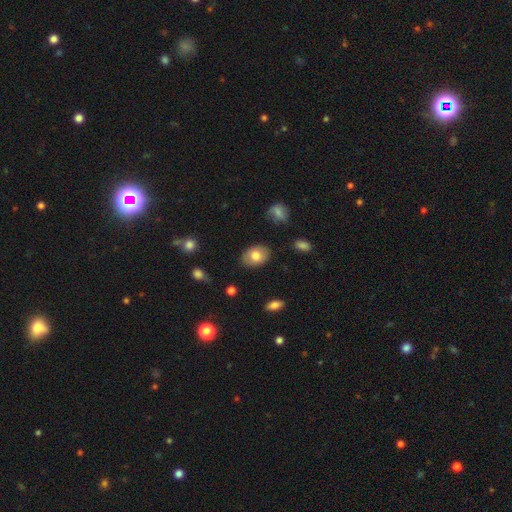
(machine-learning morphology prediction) smooth 78%, featured or disk 15%, star or artifact 8%. Down the decision tree: how rounded — in between (82%); merging — none (83%).